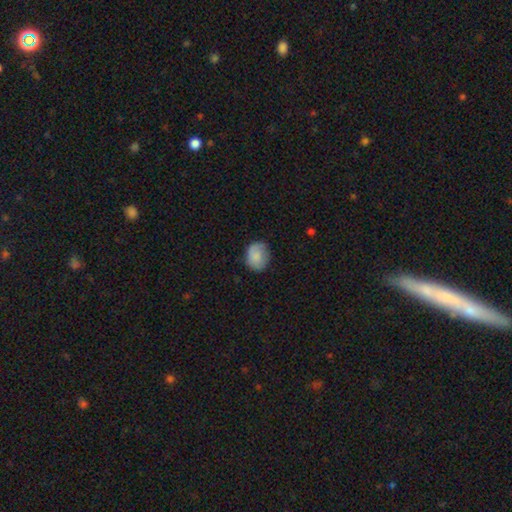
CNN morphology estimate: A smooth galaxy with no disk features (80%) that is round (58%).

Vote fractions:
- Smooth or featured? smooth: 80% / featured or disk: 12% / star or artifact: 7%
- How rounded? round: 58% / in between: 41% / cigar-shaped: 1%
- Merging? none: 72% / minor disturbance: 21% / major disturbance: 5% / merger: 1%